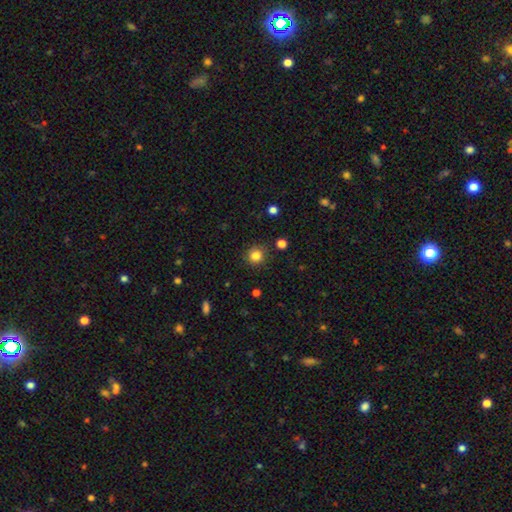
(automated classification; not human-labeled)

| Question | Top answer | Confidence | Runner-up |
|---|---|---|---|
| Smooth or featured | smooth | 83% | star or artifact (12%) |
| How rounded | round | 93% | in between (6%) |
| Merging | none | 87% | minor disturbance (8%) |